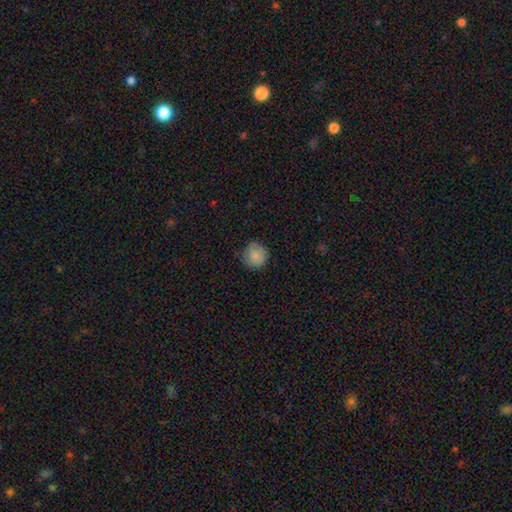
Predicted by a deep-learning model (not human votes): Smooth or featured: smooth — 85% (star or artifact — 8%)
How rounded: round — 93% (in between — 6%)
Merging: none — 81% (minor disturbance — 16%)